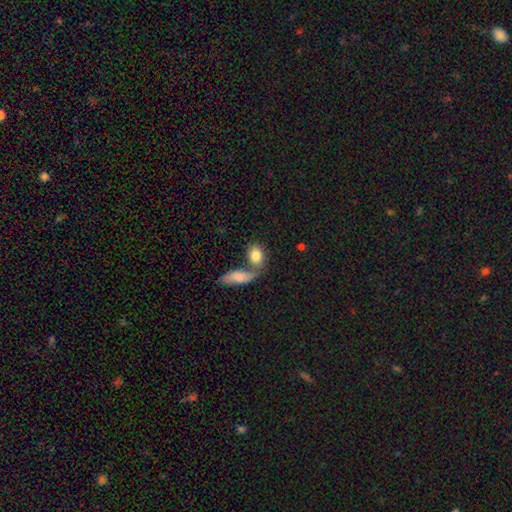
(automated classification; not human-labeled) Smooth or featured: smooth — 81% (featured or disk — 13%)
How rounded: in between — 76% (round — 20%)
Merging: merger — 44% (none — 41%)